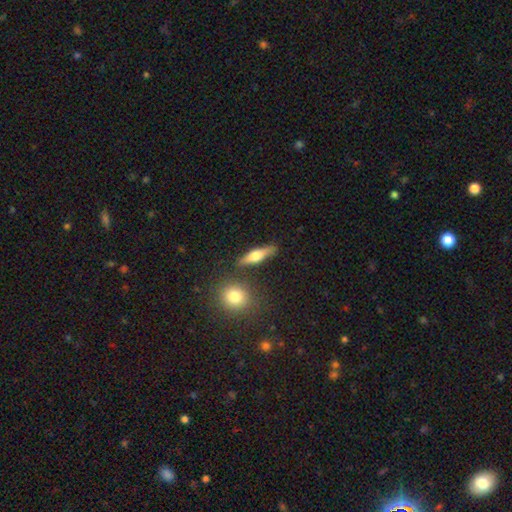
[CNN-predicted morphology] The model was most divided on "smooth or featured": smooth: 50%, featured or disk: 43%, star or artifact: 7%. More confident: merging — none (81%); how rounded — cigar-shaped (56%).